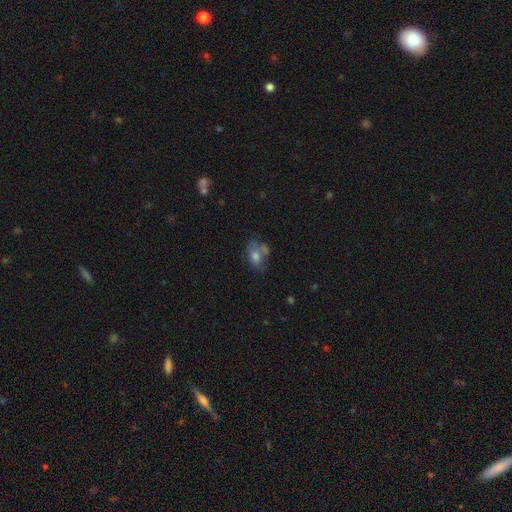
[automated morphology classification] This is likely a smooth galaxy (62%). How rounded: likely in between (73%). Merging: marginally none (41%).